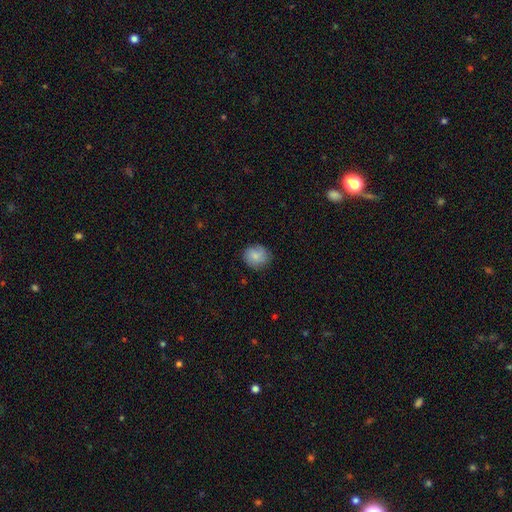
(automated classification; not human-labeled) A smooth galaxy with no disk features (79%) that is round (77%). Merging: none (79%).